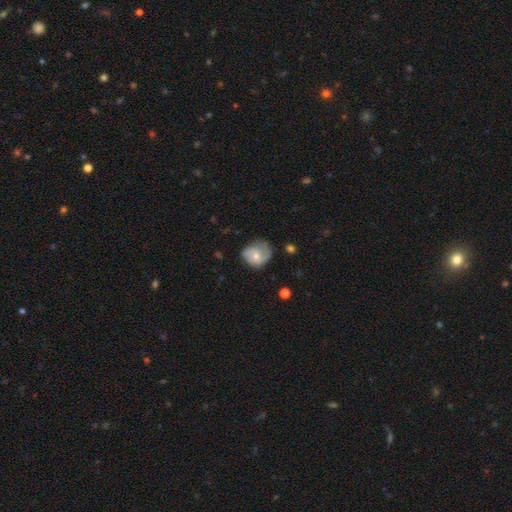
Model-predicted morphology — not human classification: Smooth or featured? Predicted: smooth (p=0.51). How rounded? Predicted: round (p=0.64). Merging? Predicted: none (p=0.49).